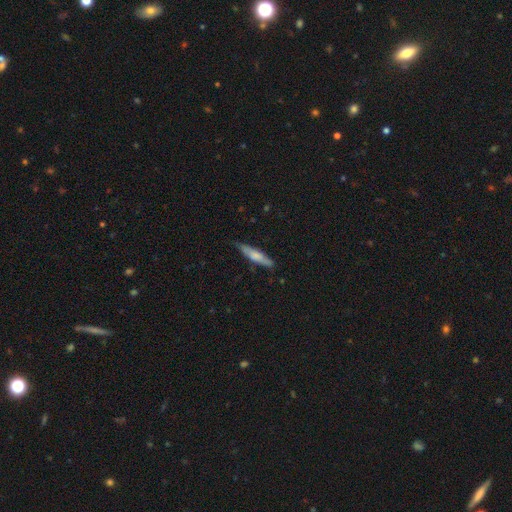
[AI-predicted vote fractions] smooth_or_featured: smooth (p=0.62) [alt: featured or disk p=0.32]
how_rounded: cigar-shaped (p=0.82) [alt: in between p=0.16]
merging: none (p=0.75) [alt: minor disturbance p=0.20]